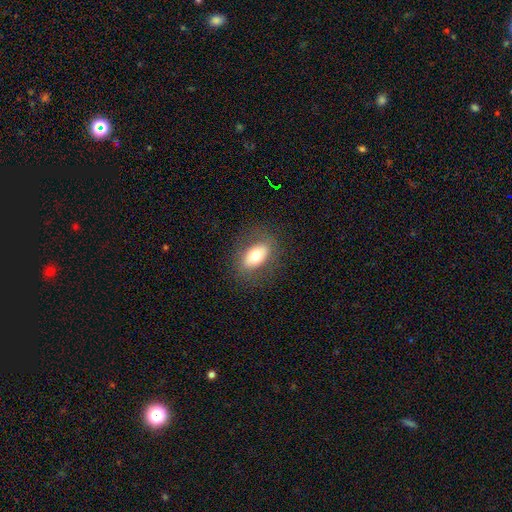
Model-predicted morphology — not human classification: Smooth or featured? smooth (68%)
How rounded? in between (87%)
Merging? none (82%)